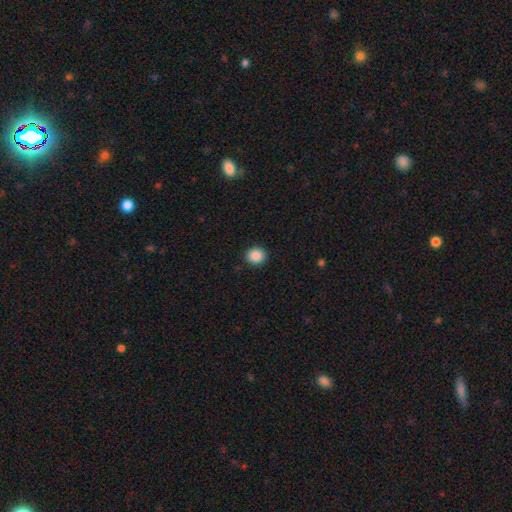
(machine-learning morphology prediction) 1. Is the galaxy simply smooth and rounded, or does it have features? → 89% smooth, 9% star or artifact, 2% featured or disk.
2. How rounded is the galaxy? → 80% round, 19% in between, 1% cigar-shaped.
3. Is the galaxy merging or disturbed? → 91% none, 6% minor disturbance, 2% major disturbance, 1% merger.